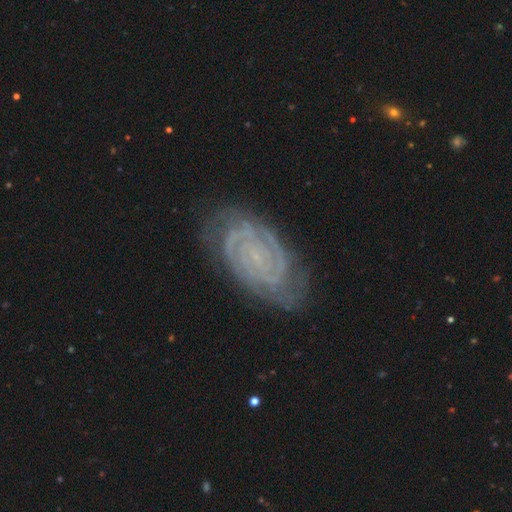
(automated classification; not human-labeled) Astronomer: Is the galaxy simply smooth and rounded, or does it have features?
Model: featured or disk — 86%.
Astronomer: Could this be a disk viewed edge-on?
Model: no — 97%.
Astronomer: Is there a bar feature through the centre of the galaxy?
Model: no — 67%.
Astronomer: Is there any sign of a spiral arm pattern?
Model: yes — 97%.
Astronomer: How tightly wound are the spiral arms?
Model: tight — 76%.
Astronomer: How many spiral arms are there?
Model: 2 — 39% (runner-up: can't tell, 23%).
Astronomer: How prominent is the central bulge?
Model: small — 73%.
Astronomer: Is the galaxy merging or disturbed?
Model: none — 78%.